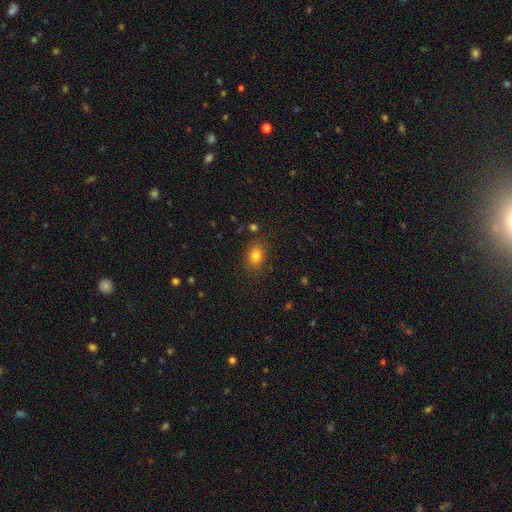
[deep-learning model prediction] This is clearly a smooth galaxy (82%). How rounded: likely in between (62%). Merging: clearly none (80%).